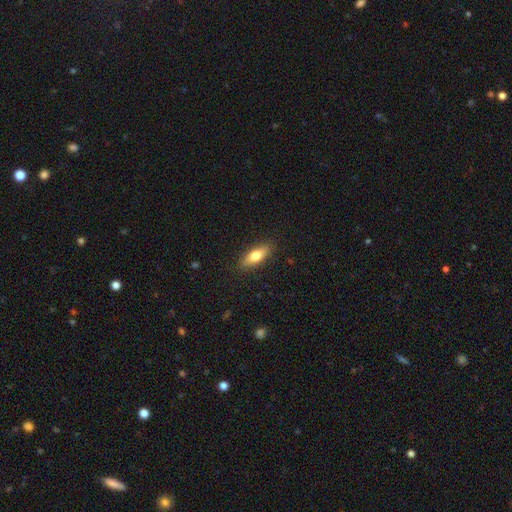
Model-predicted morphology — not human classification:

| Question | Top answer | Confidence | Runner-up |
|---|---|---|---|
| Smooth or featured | smooth | 74% | featured or disk (20%) |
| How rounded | in between | 64% | cigar-shaped (33%) |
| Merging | none | 88% | minor disturbance (9%) |